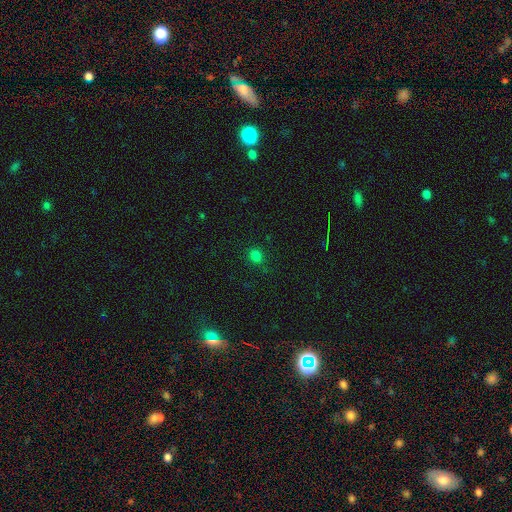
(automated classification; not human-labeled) A smooth galaxy with no disk features (77%) that is round (77%).

Vote fractions:
- Smooth or featured? smooth: 77% / star or artifact: 18% / featured or disk: 4%
- How rounded? round: 77% / in between: 22% / cigar-shaped: 1%
- Merging? none: 86% / minor disturbance: 10% / major disturbance: 3% / merger: 2%